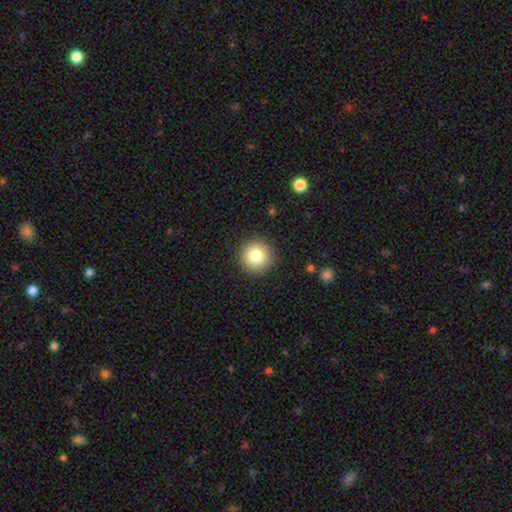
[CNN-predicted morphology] A smooth galaxy with no disk features (81%) that is round (95%). Merging: none (91%).